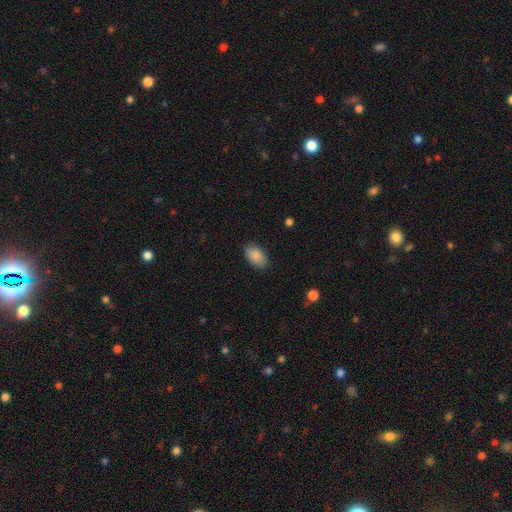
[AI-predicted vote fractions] smooth_or_featured: smooth (p=0.88) [alt: star or artifact p=0.07]
how_rounded: in between (p=0.93) [alt: round p=0.05]
merging: none (p=0.87) [alt: minor disturbance p=0.10]